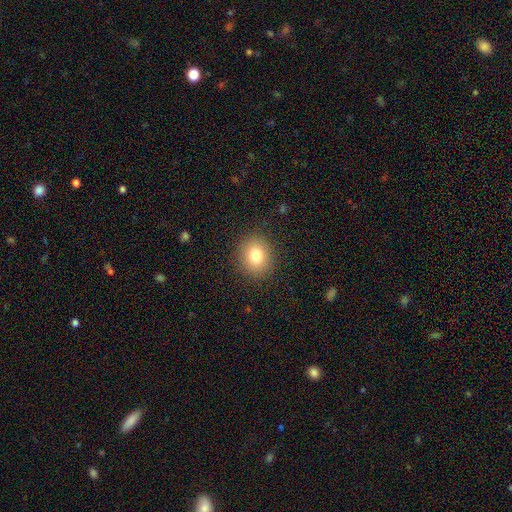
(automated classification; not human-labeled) Smooth or featured?
  - smooth: 79% *
  - star or artifact: 11%
  - featured or disk: 9%
How rounded?
  - round: 72% *
  - in between: 27%
  - cigar-shaped: 1%
Merging?
  - none: 89% *
  - minor disturbance: 7%
  - major disturbance: 3%
  - merger: 1%